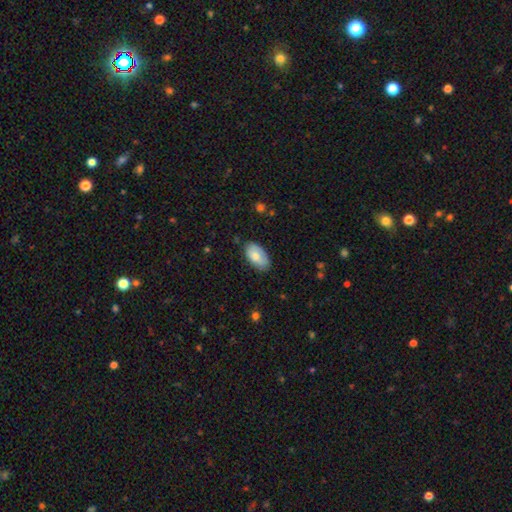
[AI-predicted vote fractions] Smooth or featured? Predicted: smooth (p=0.76). How rounded? Predicted: in between (p=0.95). Merging? Predicted: none (p=0.73).